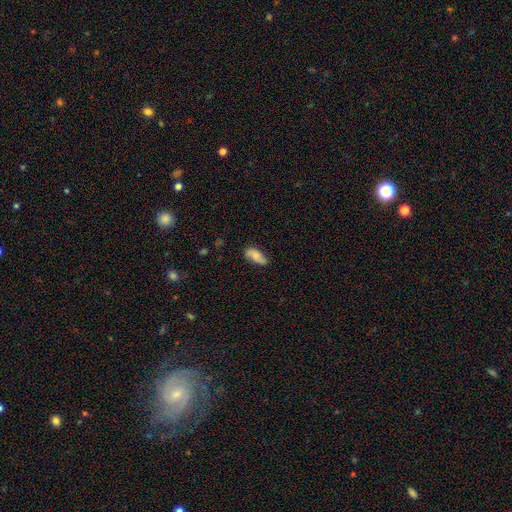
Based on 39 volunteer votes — Smooth or featured? 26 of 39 (67%) said smooth. How rounded? 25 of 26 (96%) said in between. Merging? 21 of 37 (57%) said none.